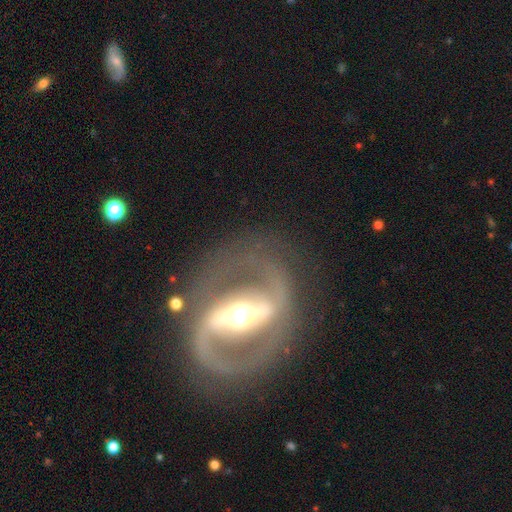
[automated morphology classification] A featured or disk galaxy (90%) with a strong bar (65%), 2 (93%) medium (56%) spiral arms (94%) and a moderate central bulge (62%).

Vote fractions:
- Smooth or featured? featured or disk: 90% / smooth: 5% / star or artifact: 4%
- Edge-on disk? no: 96% / yes: 4%
- Bar? strong: 65% / weak: 24% / no: 11%
- Spiral arms? yes: 94% / no: 6%
- Spiral winding? medium: 56% / tight: 28% / loose: 16%
- Spiral arm count? 2: 93% / can't tell: 2% / 1: 2% / 3: 1% / 4: 1% / more than 4: 1%
- Bulge size? moderate: 62% / small: 19% / large: 16% / dominant: 2% / none: 1%
- Merging? none: 83% / minor disturbance: 10% / major disturbance: 6% / merger: 2%